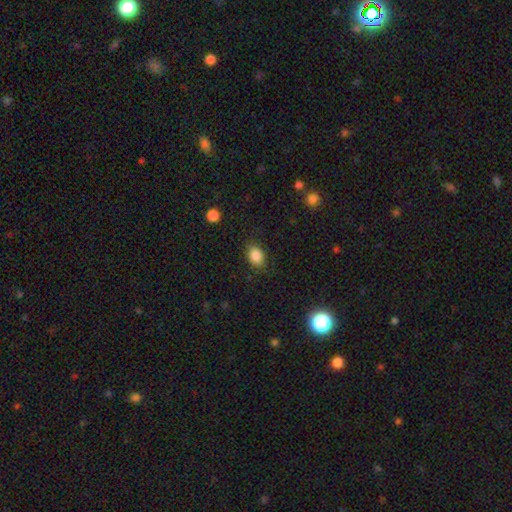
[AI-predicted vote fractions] Smooth or featured?
  - smooth: 86% *
  - star or artifact: 9%
  - featured or disk: 5%
How rounded?
  - in between: 73% *
  - round: 26%
  - cigar-shaped: 1%
Merging?
  - none: 82% *
  - minor disturbance: 13%
  - major disturbance: 4%
  - merger: 1%